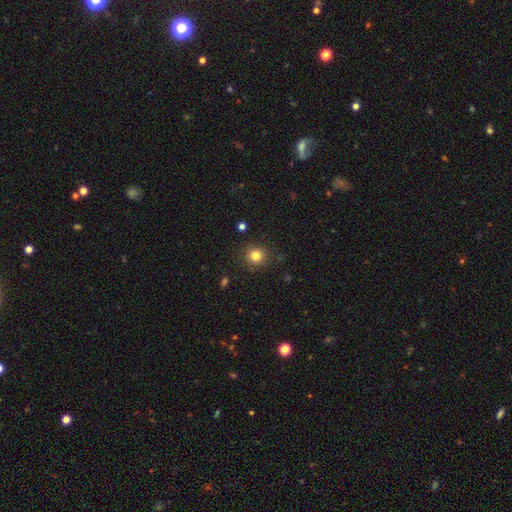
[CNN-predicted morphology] type=smooth (82%); roundness=round (87%); merging=none (87%).